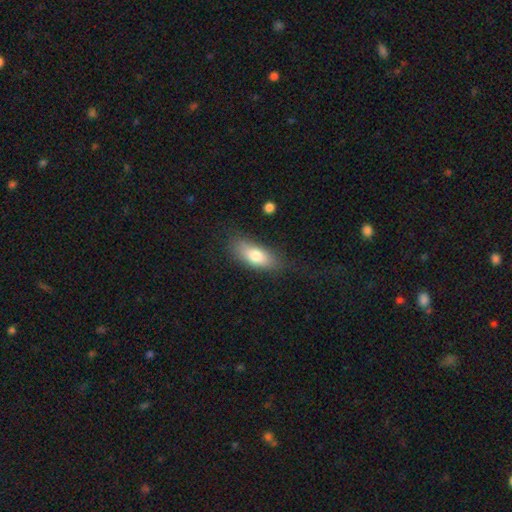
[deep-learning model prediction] Q: Smooth or featured?
A: smooth (77%); runner-up: featured or disk (16%)
Q: How rounded?
A: in between (79%); runner-up: cigar-shaped (17%)
Q: Merging?
A: none (73%); runner-up: minor disturbance (19%)